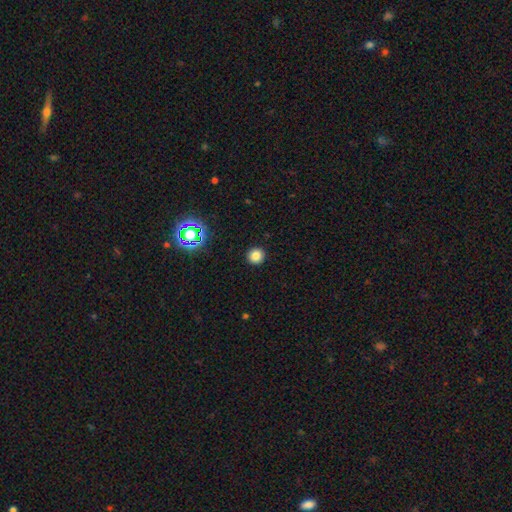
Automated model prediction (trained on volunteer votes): Smooth or featured: smooth — 81% (star or artifact — 14%)
How rounded: round — 94% (in between — 5%)
Merging: none — 93% (minor disturbance — 4%)